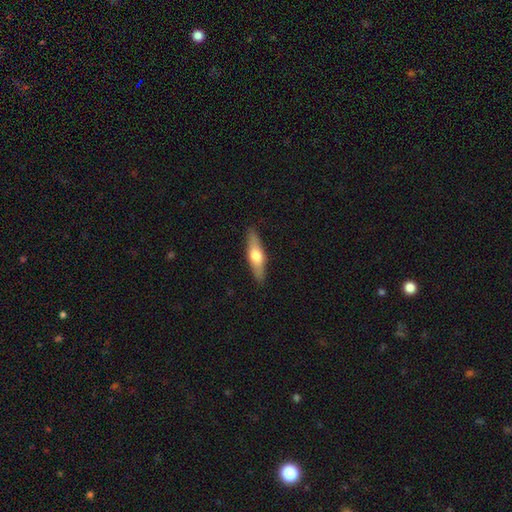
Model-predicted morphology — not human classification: Smooth or featured? smooth (49%)
Merging? none (89%)